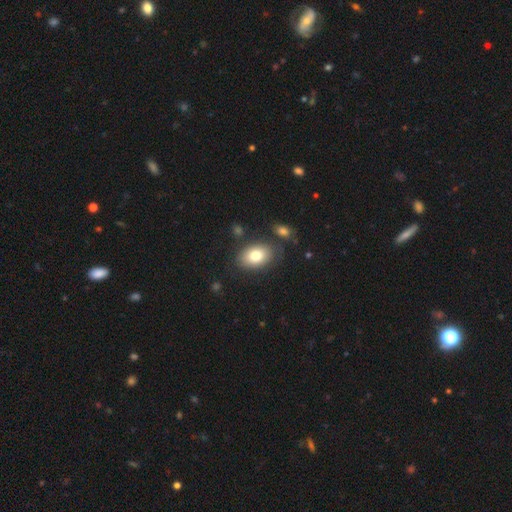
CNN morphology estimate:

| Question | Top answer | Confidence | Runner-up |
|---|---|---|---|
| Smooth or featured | smooth | 79% | featured or disk (14%) |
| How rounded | in between | 87% | round (12%) |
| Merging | none | 79% | minor disturbance (13%) |